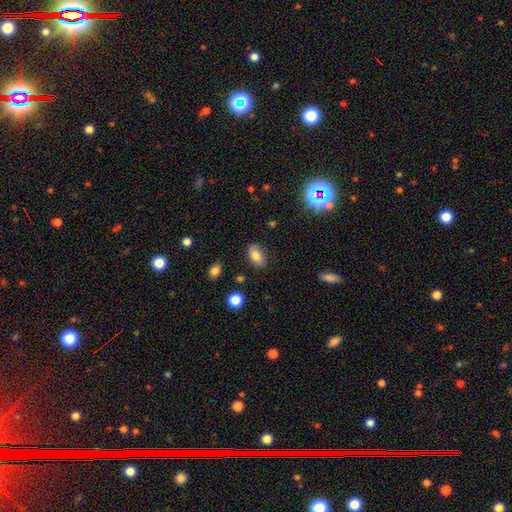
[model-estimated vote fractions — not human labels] Smooth or featured? smooth (79%)
How rounded? in between (90%)
Merging? none (83%)